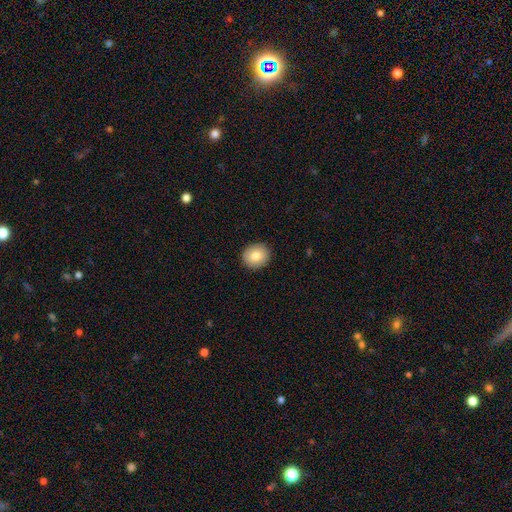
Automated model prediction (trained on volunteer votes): smooth_or_featured: smooth (p=0.82) [alt: featured or disk p=0.10]
how_rounded: round (p=0.82) [alt: in between p=0.17]
merging: none (p=0.91) [alt: minor disturbance p=0.06]